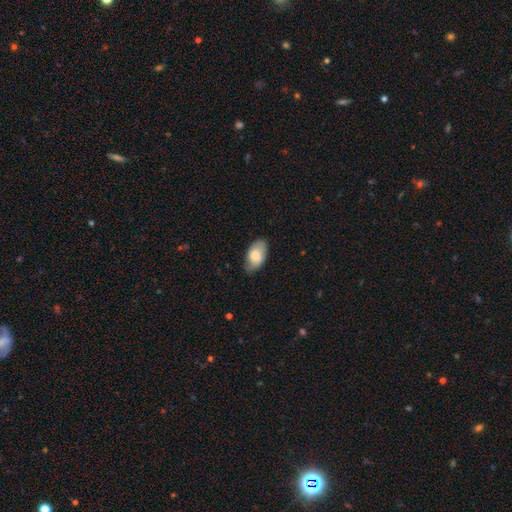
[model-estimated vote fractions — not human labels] Q: Smooth or featured?
A: smooth (78%); runner-up: featured or disk (16%)
Q: How rounded?
A: in between (94%); runner-up: round (4%)
Q: Merging?
A: none (70%); runner-up: minor disturbance (25%)